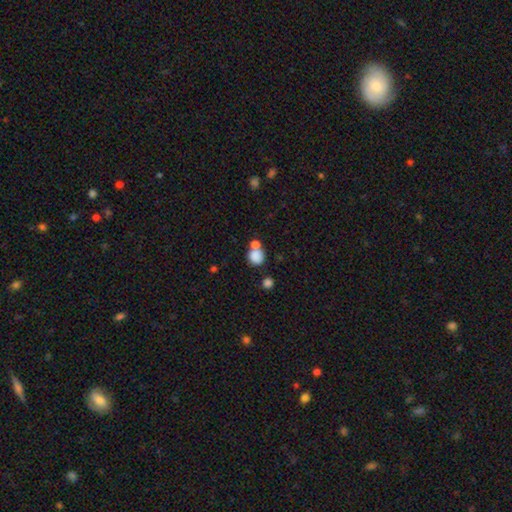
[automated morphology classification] smooth 82%, star or artifact 10%, featured or disk 7%. Down the decision tree: how rounded — round (79%); merging — none (48%).